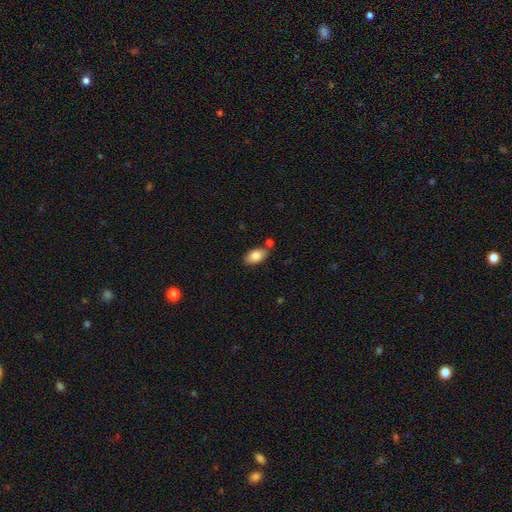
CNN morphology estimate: This is clearly a smooth galaxy (83%). How rounded: clearly in between (93%). Merging: likely none (70%).